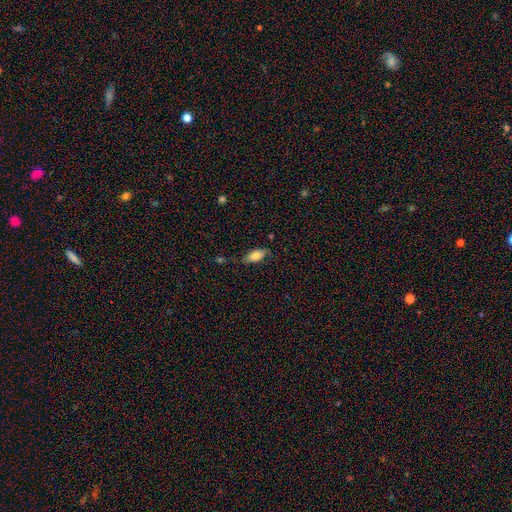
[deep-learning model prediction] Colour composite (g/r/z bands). It shows a smooth galaxy with no disk features (73%) that is in between round and cigar-shaped (88%). Merging: none (65%).